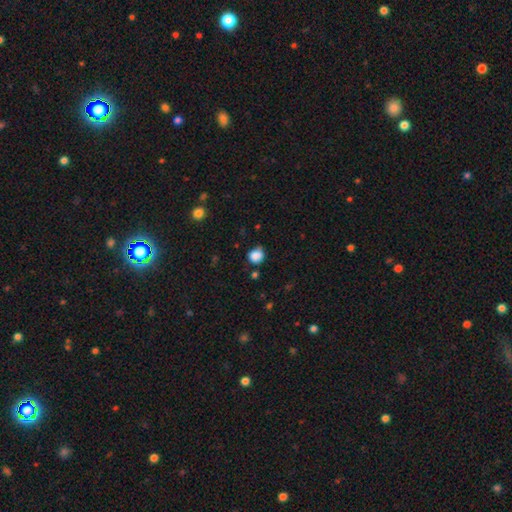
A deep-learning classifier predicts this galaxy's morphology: Q: Smooth or featured?
A: smooth (85%); runner-up: star or artifact (11%)
Q: How rounded?
A: round (80%); runner-up: in between (19%)
Q: Merging?
A: none (65%); runner-up: minor disturbance (25%)